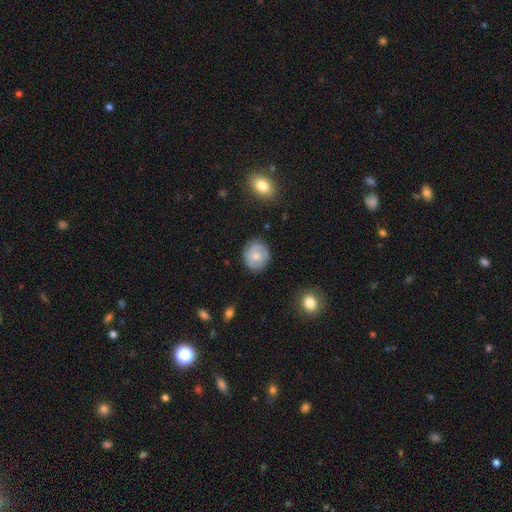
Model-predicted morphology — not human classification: smooth_or_featured: smooth (p=0.63) [alt: featured or disk p=0.30]
how_rounded: round (p=0.80) [alt: in between p=0.19]
merging: none (p=0.81) [alt: minor disturbance p=0.14]